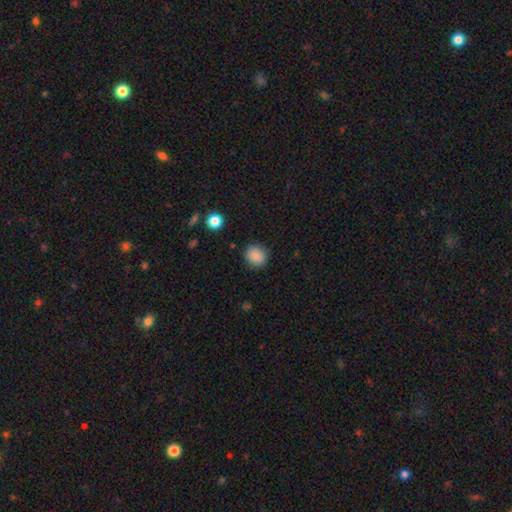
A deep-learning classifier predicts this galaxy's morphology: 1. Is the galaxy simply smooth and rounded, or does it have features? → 87% smooth, 9% star or artifact, 4% featured or disk.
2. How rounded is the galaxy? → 80% round, 20% in between, 1% cigar-shaped.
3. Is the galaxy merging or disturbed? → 88% none, 9% minor disturbance, 3% major disturbance, 1% merger.